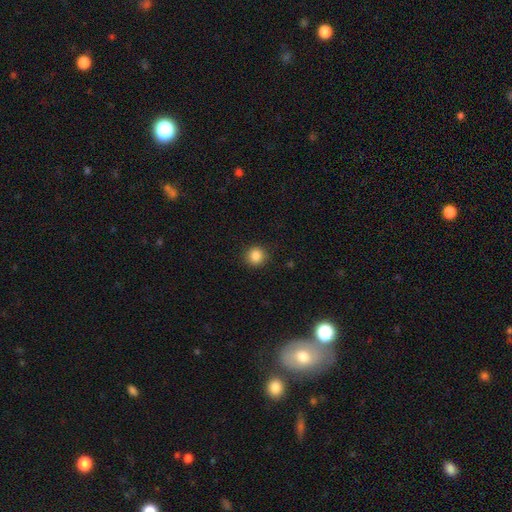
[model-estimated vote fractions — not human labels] The model was most divided on "smooth or featured": smooth: 86%, star or artifact: 10%, featured or disk: 3%. More confident: how rounded — round (91%); merging — none (90%).